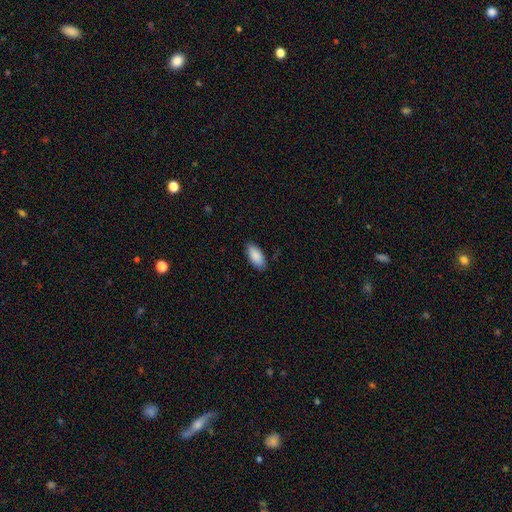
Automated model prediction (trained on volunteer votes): Q: Smooth or featured?
A: smooth (90%); runner-up: star or artifact (6%)
Q: How rounded?
A: in between (91%); runner-up: cigar-shaped (7%)
Q: Merging?
A: none (86%); runner-up: minor disturbance (11%)